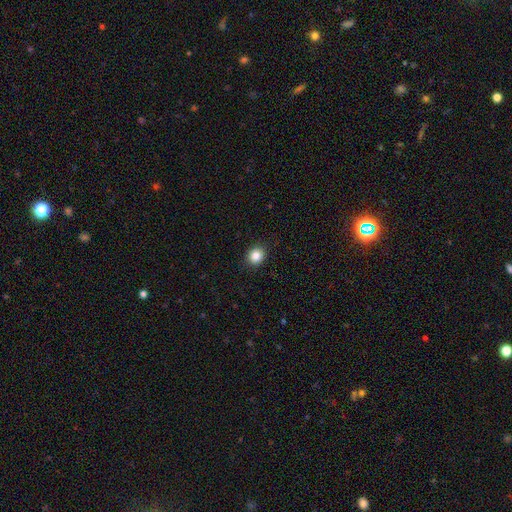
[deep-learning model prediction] This appears to be a smooth galaxy with no disk features (85%) that is round (79%). Merging: none (91%).